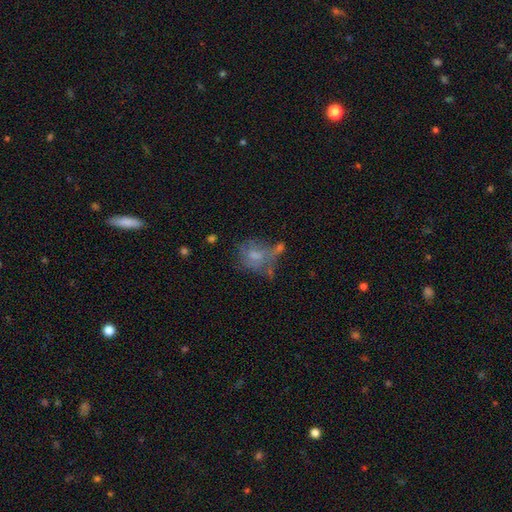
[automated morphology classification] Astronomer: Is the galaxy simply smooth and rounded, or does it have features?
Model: smooth — 48% (runner-up: featured or disk, 39%).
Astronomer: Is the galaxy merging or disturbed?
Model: none — 32% (runner-up: major disturbance, 28%).